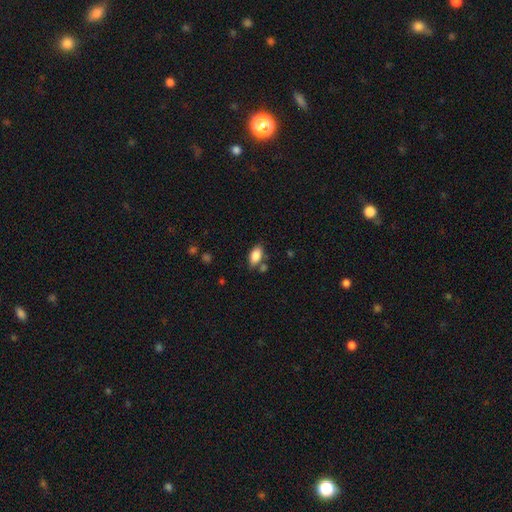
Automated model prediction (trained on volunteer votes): smooth_or_featured: smooth (p=0.85) [alt: featured or disk p=0.08]
how_rounded: in between (p=0.91) [alt: round p=0.04]
merging: none (p=0.70) [alt: minor disturbance p=0.16]